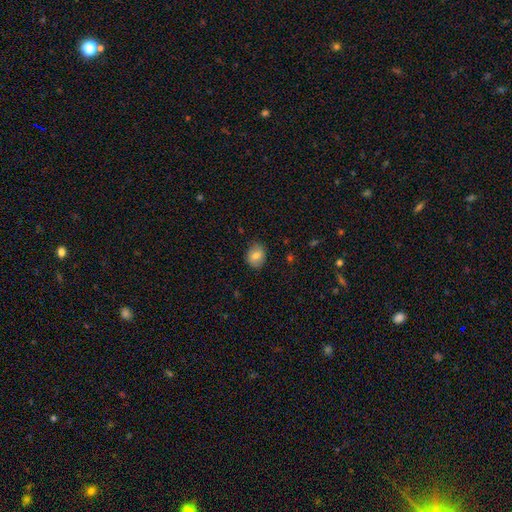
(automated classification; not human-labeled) This is likely a smooth galaxy (77%). How rounded: possibly round (53%). Merging: clearly none (82%).